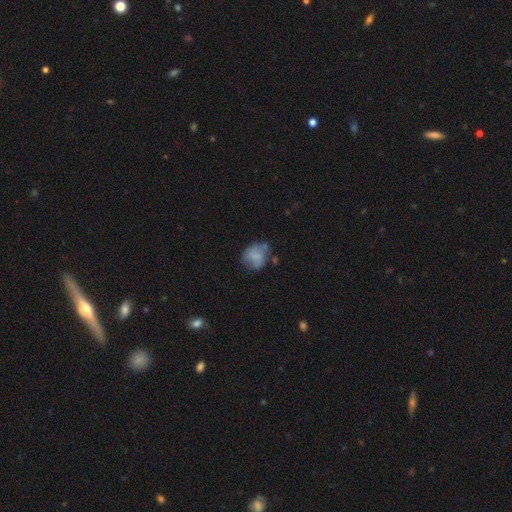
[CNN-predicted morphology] This appears to be a smooth galaxy with no disk features (63%) that is round (62%). Merging: none (51%).